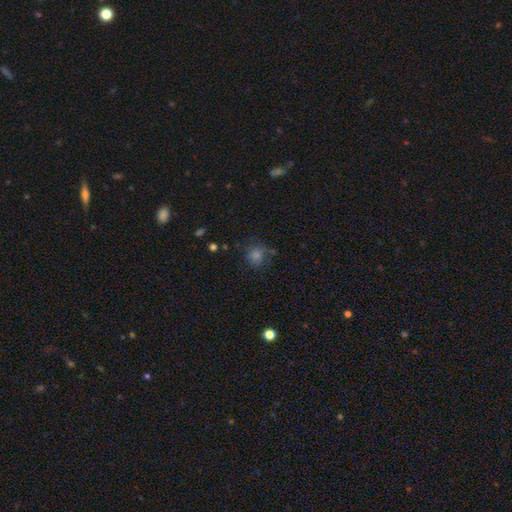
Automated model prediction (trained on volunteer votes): Smooth or featured? smooth (69%)
How rounded? round (84%)
Merging? none (74%)